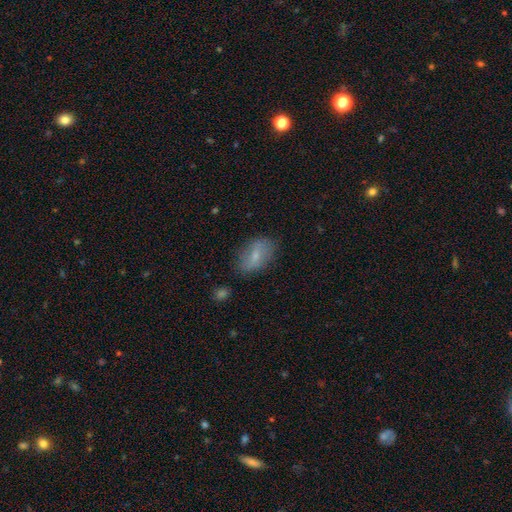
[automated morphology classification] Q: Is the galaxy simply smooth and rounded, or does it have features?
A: smooth — 64%.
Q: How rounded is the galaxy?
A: in between — 87%.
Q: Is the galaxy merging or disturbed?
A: none — 76%.